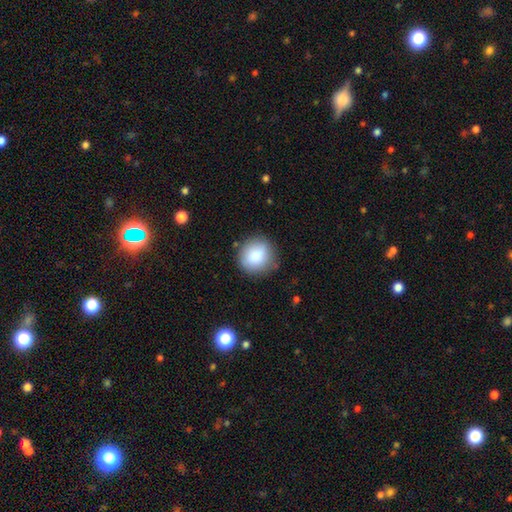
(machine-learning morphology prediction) This appears to be a smooth galaxy with no disk features (86%) that is round (87%). Merging: none (81%).